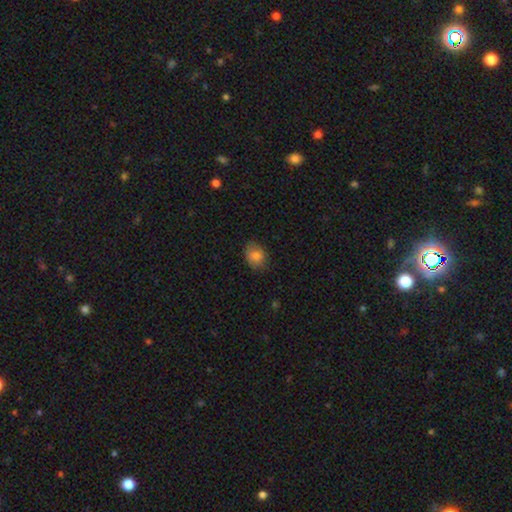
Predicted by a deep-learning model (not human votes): This appears to be a smooth galaxy with no disk features (83%) that is in between round and cigar-shaped (56%). Merging: none (78%).